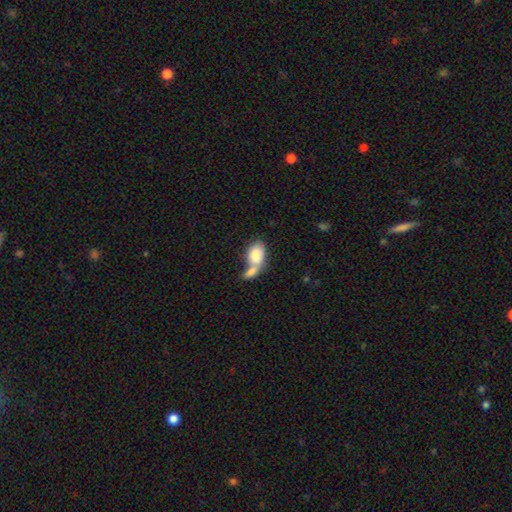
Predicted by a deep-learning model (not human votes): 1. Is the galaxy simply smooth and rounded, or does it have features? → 79% smooth, 14% featured or disk, 7% star or artifact.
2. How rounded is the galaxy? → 86% in between, 12% round, 2% cigar-shaped.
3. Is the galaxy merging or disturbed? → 65% merger, 20% none, 9% minor disturbance, 6% major disturbance.